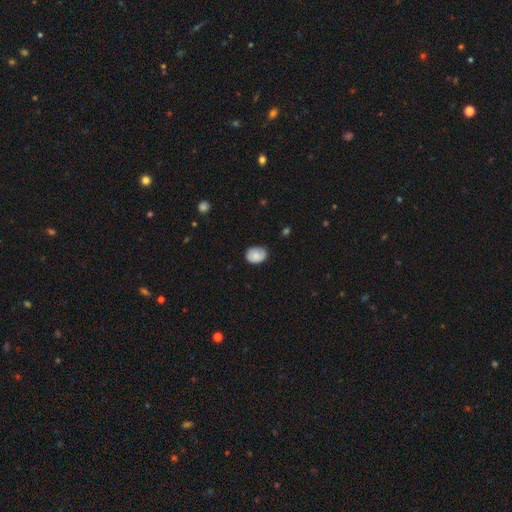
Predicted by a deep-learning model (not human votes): smooth_or_featured: smooth (p=0.80) [alt: featured or disk p=0.13]
how_rounded: in between (p=0.64) [alt: round p=0.35]
merging: none (p=0.73) [alt: minor disturbance p=0.22]